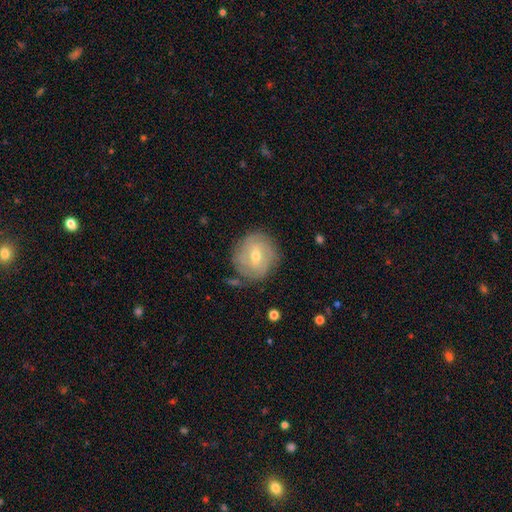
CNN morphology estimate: Smooth or featured: featured or disk — 62% (smooth — 30%)
Edge-on disk: no — 96% (yes — 4%)
Bar: weak — 51% (no — 36%)
Spiral arms: yes — 78% (no — 22%)
Bulge size: moderate — 61% (small — 35%)
Merging: none — 75% (minor disturbance — 17%)